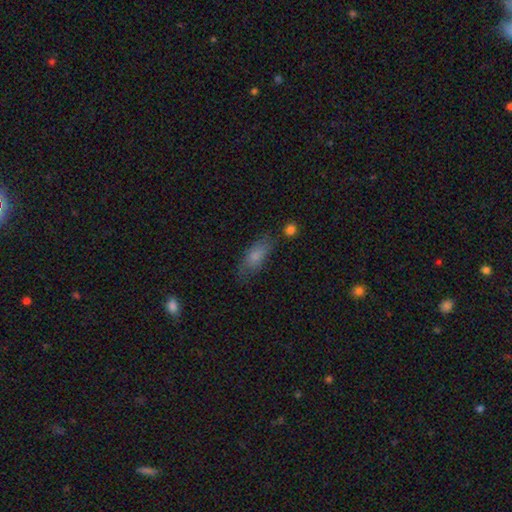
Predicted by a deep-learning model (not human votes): This appears to be a smooth galaxy with no disk features (74%) that is in between round and cigar-shaped (75%). Merging: none (67%).